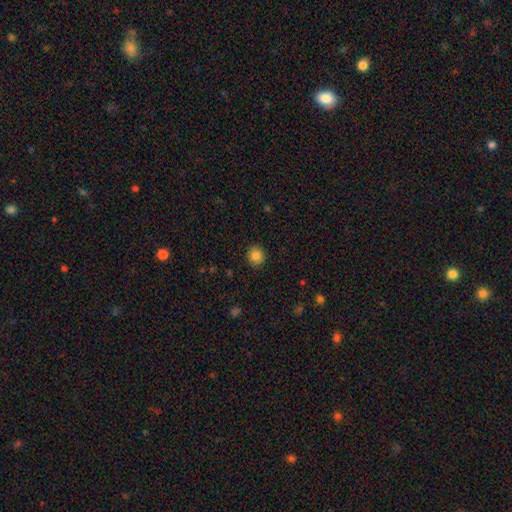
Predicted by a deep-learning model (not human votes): Q: Smooth or featured?
A: smooth (84%); runner-up: star or artifact (11%)
Q: How rounded?
A: round (90%); runner-up: in between (9%)
Q: Merging?
A: none (91%); runner-up: minor disturbance (6%)